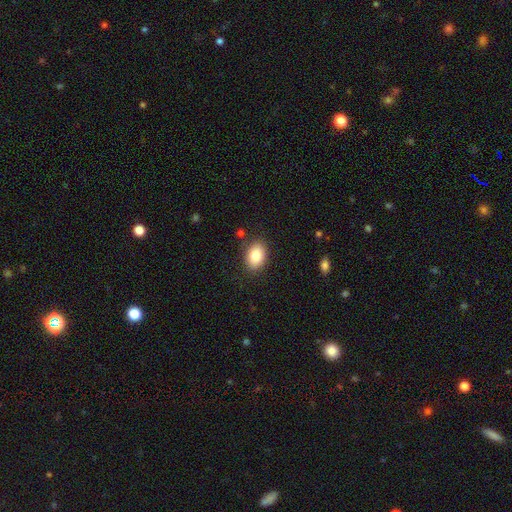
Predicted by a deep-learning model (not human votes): Smooth or featured?
  - smooth: 84% *
  - featured or disk: 8%
  - star or artifact: 8%
How rounded?
  - in between: 81% *
  - round: 18%
  - cigar-shaped: 1%
Merging?
  - none: 86% *
  - minor disturbance: 10%
  - major disturbance: 3%
  - merger: 2%